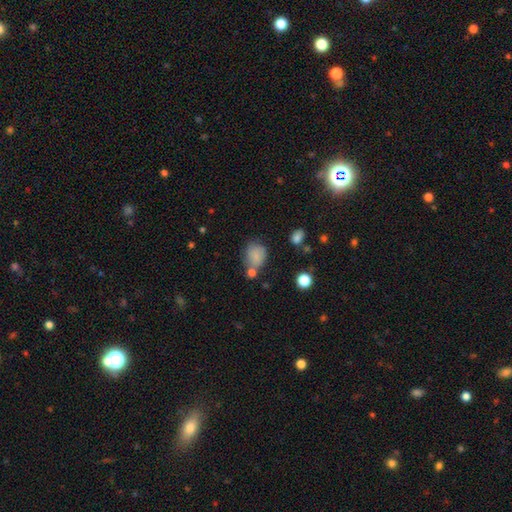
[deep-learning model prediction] Overall: smooth (80%). How rounded: round (56%; in between 43%). Merging: none (52%; minor disturbance 22%).